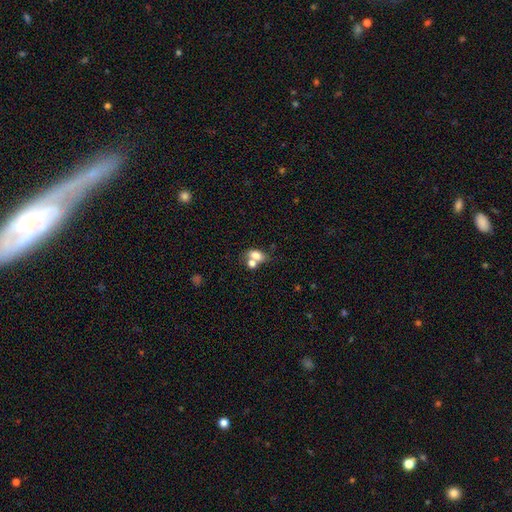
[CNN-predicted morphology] Overall: smooth (75%). How rounded: in between (81%). Merging: merger (48%; none 35%).